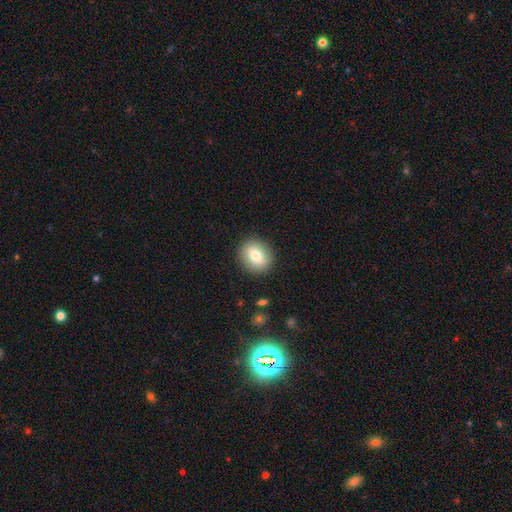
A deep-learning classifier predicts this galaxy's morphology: Smooth or featured: smooth — 75% (featured or disk — 16%)
How rounded: round — 60% (in between — 39%)
Merging: none — 89% (minor disturbance — 7%)